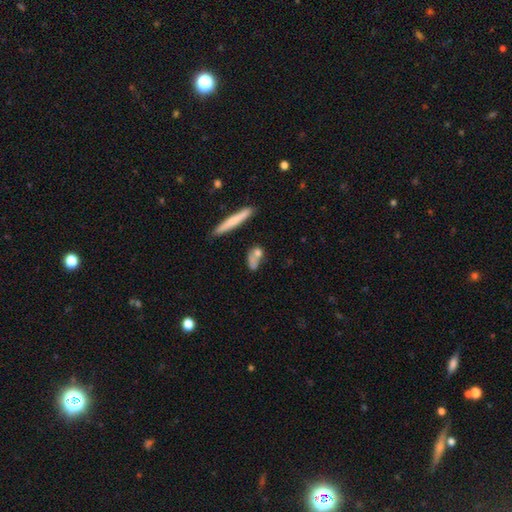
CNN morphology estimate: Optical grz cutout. It shows a smooth galaxy with no disk features (67%) that is in between round and cigar-shaped (50%). Merging: none (46%).